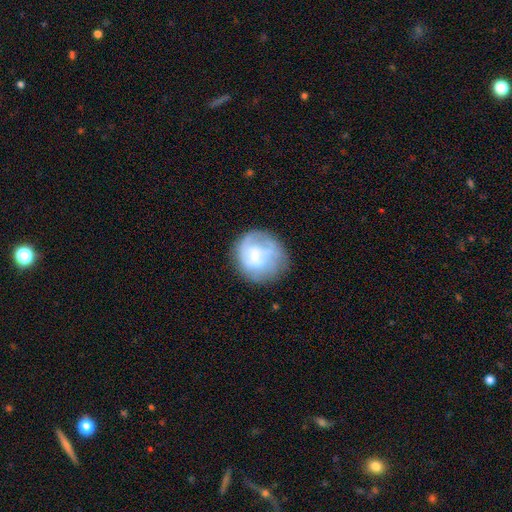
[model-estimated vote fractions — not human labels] Smooth or featured: smooth — 53% (featured or disk — 39%)
How rounded: round — 83% (in between — 16%)
Merging: none — 60% (minor disturbance — 22%)